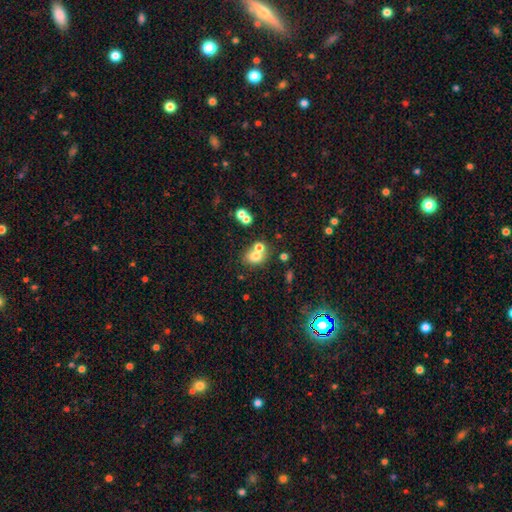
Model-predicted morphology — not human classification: smooth_or_featured: smooth (p=0.70) [alt: star or artifact p=0.15]
how_rounded: round (p=0.58) [alt: in between p=0.41]
merging: none (p=0.45) [alt: merger p=0.40]